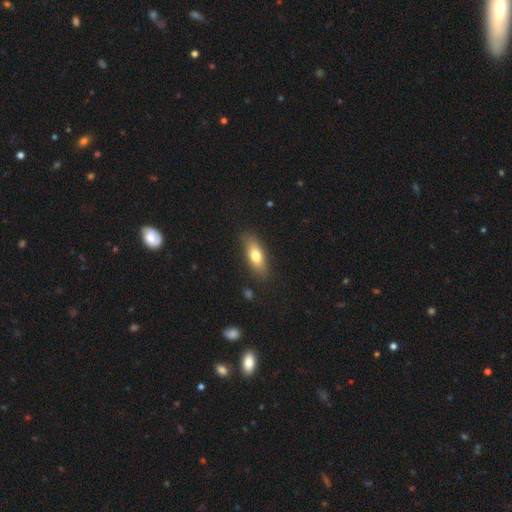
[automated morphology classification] type=smooth (71%); roundness=in between (70%); merging=none (83%).